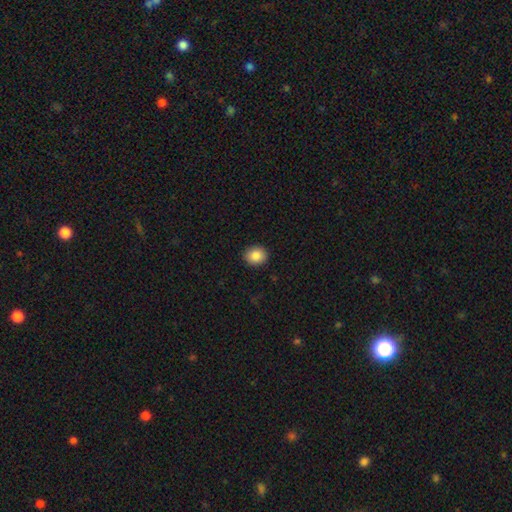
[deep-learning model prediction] A smooth galaxy with no disk features (87%) that is round (68%).

Vote fractions:
- Smooth or featured? smooth: 87% / star or artifact: 9% / featured or disk: 5%
- How rounded? round: 68% / in between: 31% / cigar-shaped: 1%
- Merging? none: 91% / minor disturbance: 6% / major disturbance: 2% / merger: 1%